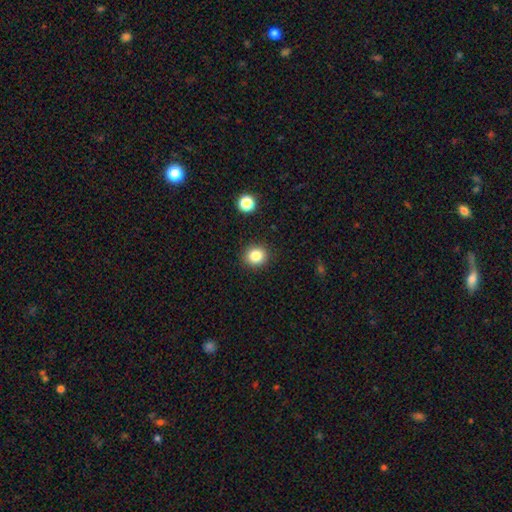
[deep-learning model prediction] smooth_or_featured: smooth (p=0.83) [alt: star or artifact p=0.11]
how_rounded: round (p=0.86) [alt: in between p=0.13]
merging: none (p=0.91) [alt: minor disturbance p=0.06]